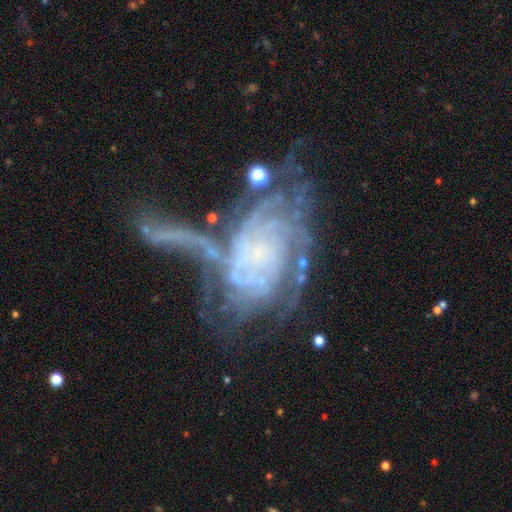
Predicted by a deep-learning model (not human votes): A featured or disk galaxy (80%) with no bar (73%), tight (57%) spiral arms (87%) and no central bulge (44%).

Vote fractions:
- Smooth or featured? featured or disk: 80% / smooth: 10% / star or artifact: 10%
- Edge-on disk? no: 95% / yes: 5%
- Bar? no: 73% / weak: 19% / strong: 8%
- Spiral arms? yes: 87% / no: 13%
- Spiral winding? tight: 57% / medium: 27% / loose: 16%
- Spiral arm count? can't tell: 42% / 2: 16% / 3: 13% / 4: 11% / more than 4: 9% / 1: 8%
- Bulge size? none: 44% / small: 38% / moderate: 11% / large: 5% / dominant: 2%
- Merging? merger: 32% / major disturbance: 27% / none: 26% / minor disturbance: 16%